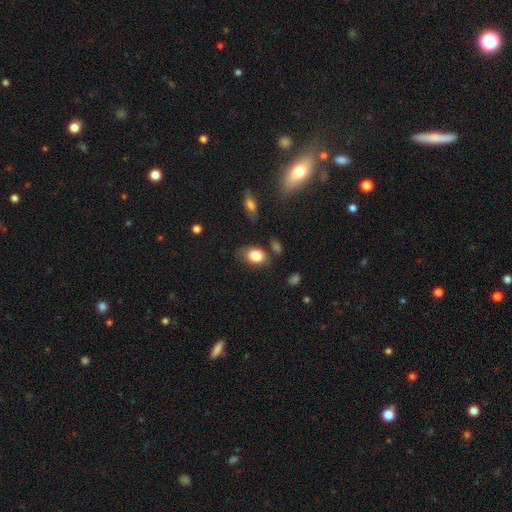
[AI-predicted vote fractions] This appears to be a smooth galaxy with no disk features (83%) that is in between round and cigar-shaped (80%). Merging: none (72%).